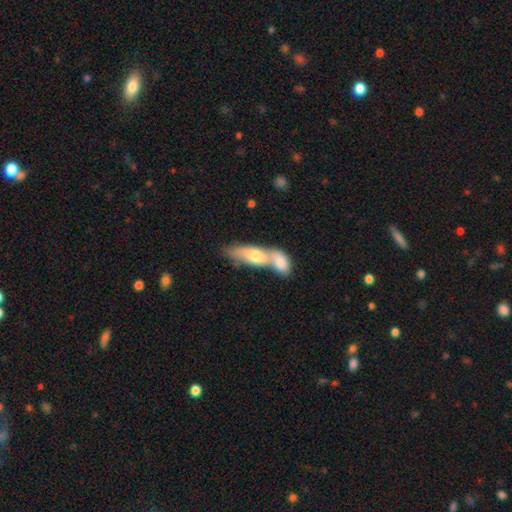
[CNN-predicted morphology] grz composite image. It shows a smooth galaxy with no disk features (61%) that is in between round and cigar-shaped (59%). Merging: merger (72%).